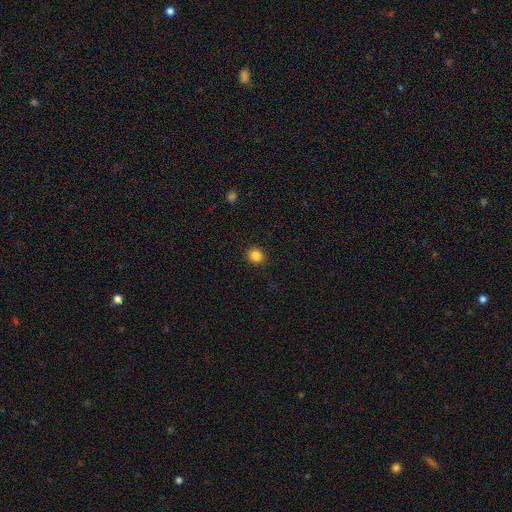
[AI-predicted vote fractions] smooth-or-featured: smooth: 85% | star or artifact: 11% | featured or disk: 4%
  how-rounded: round: 85% | in between: 14% | cigar-shaped: 1%
  merging: none: 92% | minor disturbance: 5% | major disturbance: 2% | merger: 1%